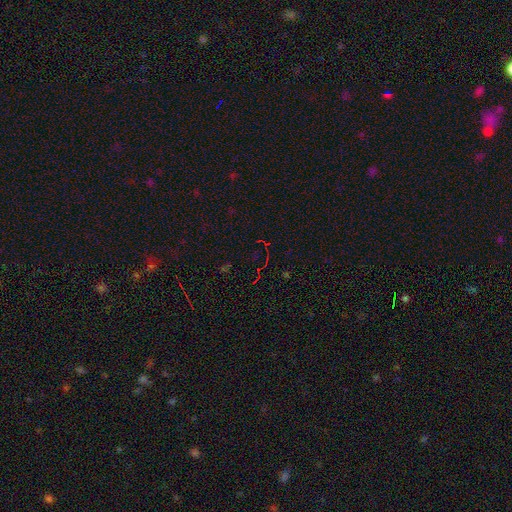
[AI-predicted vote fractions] This appears to be a star or artifact, not a galaxy (74%).